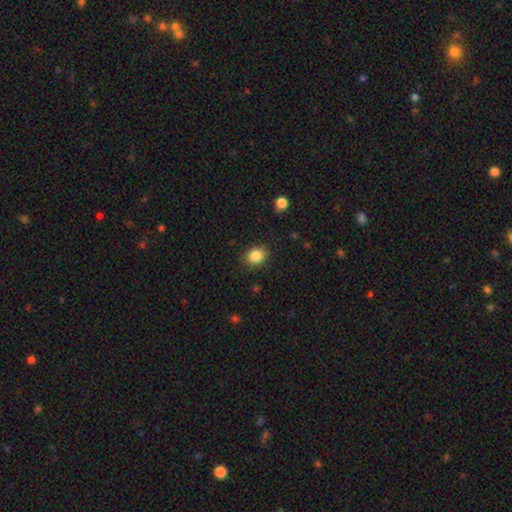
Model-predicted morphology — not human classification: This appears to be a smooth galaxy with no disk features (86%) that is in between round and cigar-shaped (50%). Merging: none (86%).